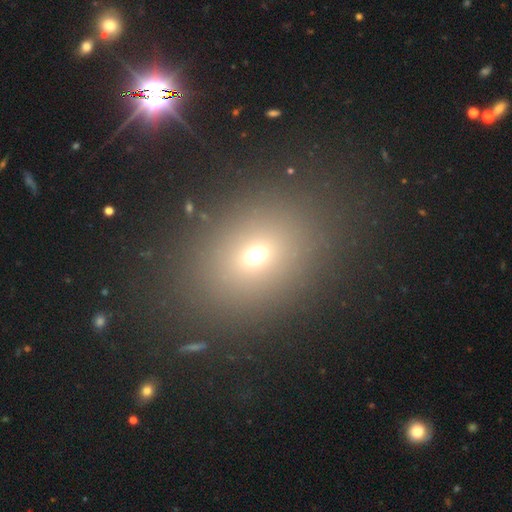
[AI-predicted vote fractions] A smooth galaxy with no disk features (66%) that is round (51%). Merging: none (85%).